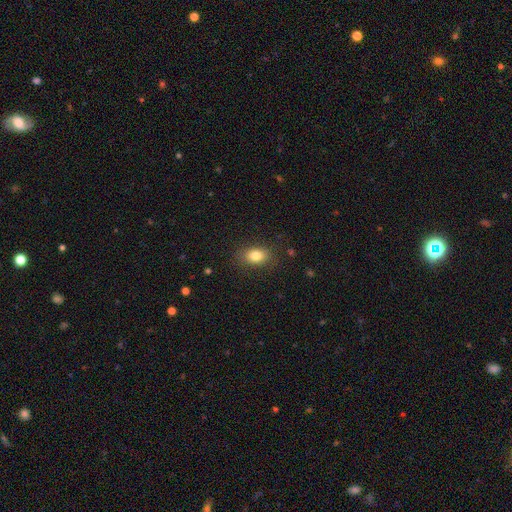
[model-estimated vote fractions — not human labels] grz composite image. It shows a smooth galaxy with no disk features (82%) that is in between round and cigar-shaped (81%). Merging: none (85%).